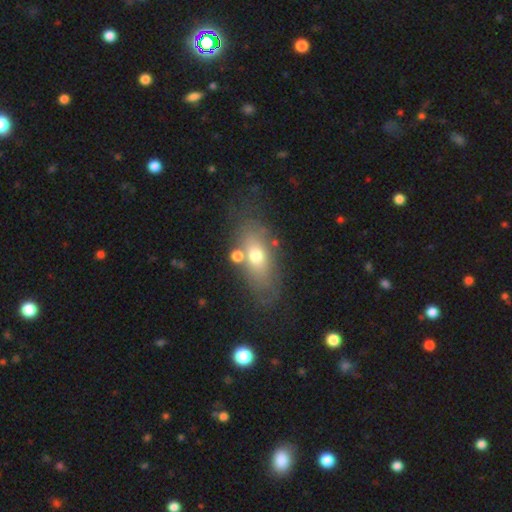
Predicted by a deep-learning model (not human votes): A smooth galaxy with no disk features (56%) that is in between round and cigar-shaped (80%). Merging: none (63%).